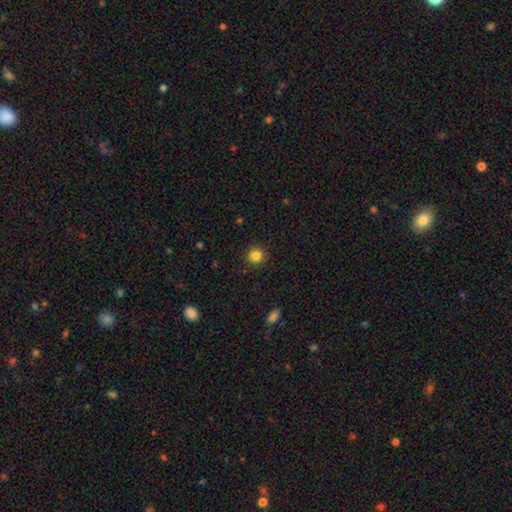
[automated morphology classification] A smooth galaxy with no disk features (84%) that is round (94%).

Vote fractions:
- Smooth or featured? smooth: 84% / star or artifact: 12% / featured or disk: 4%
- How rounded? round: 94% / in between: 5% / cigar-shaped: 1%
- Merging? none: 91% / minor disturbance: 6% / major disturbance: 2% / merger: 1%